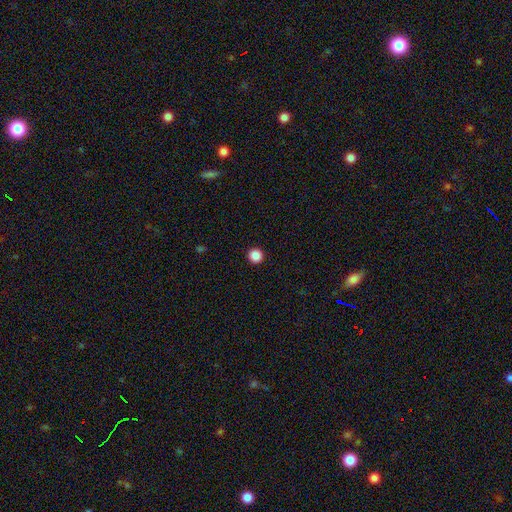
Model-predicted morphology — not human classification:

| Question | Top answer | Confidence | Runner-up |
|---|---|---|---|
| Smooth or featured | smooth | 88% | star or artifact (10%) |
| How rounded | round | 97% | in between (2%) |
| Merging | none | 94% | minor disturbance (3%) |